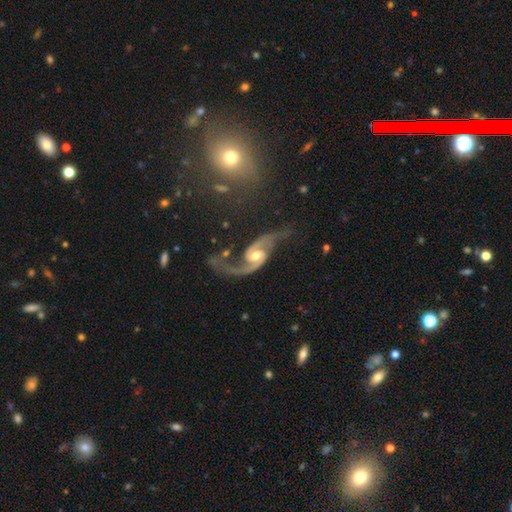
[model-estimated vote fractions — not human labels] Smooth or featured?
  - featured or disk: 92% *
  - star or artifact: 5%
  - smooth: 4%
Edge-on disk?
  - no: 97% *
  - yes: 3%
Bar?
  - no: 48% *
  - weak: 38%
  - strong: 13%
Spiral arms?
  - yes: 98% *
  - no: 2%
Spiral winding?
  - loose: 59% *
  - medium: 33%
  - tight: 8%
Spiral arm count?
  - 2: 93% *
  - 1: 2%
  - can't tell: 2%
  - 3: 1%
  - 4: 1%
  - more than 4: 1%
Bulge size?
  - moderate: 69% *
  - small: 22%
  - large: 7%
  - none: 1%
  - dominant: 1%
Merging?
  - none: 60% *
  - major disturbance: 18%
  - minor disturbance: 18%
  - merger: 4%